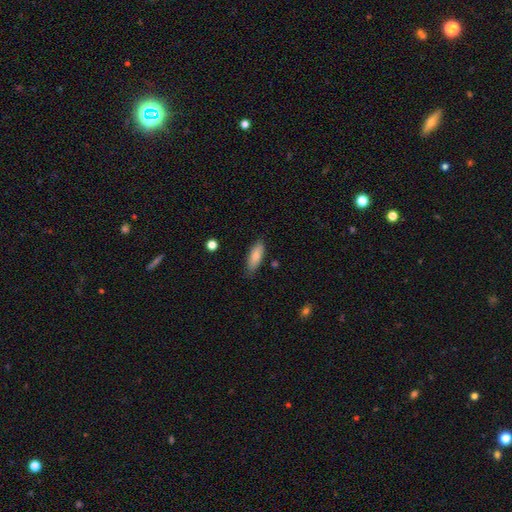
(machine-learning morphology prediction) Smooth or featured? Predicted: smooth (p=0.83). How rounded? Predicted: in between (p=0.68). Merging? Predicted: none (p=0.81).